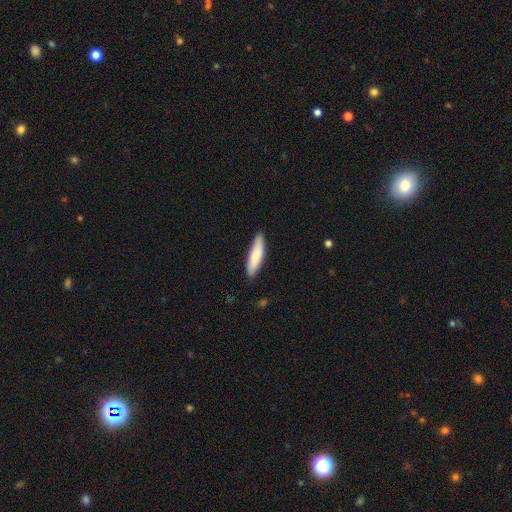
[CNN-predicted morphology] A smooth galaxy with no disk features (84%) that is cigar-shaped (73%).

Vote fractions:
- Smooth or featured? smooth: 84% / featured or disk: 11% / star or artifact: 5%
- How rounded? cigar-shaped: 73% / in between: 25% / round: 1%
- Merging? none: 86% / minor disturbance: 11% / major disturbance: 2% / merger: 1%